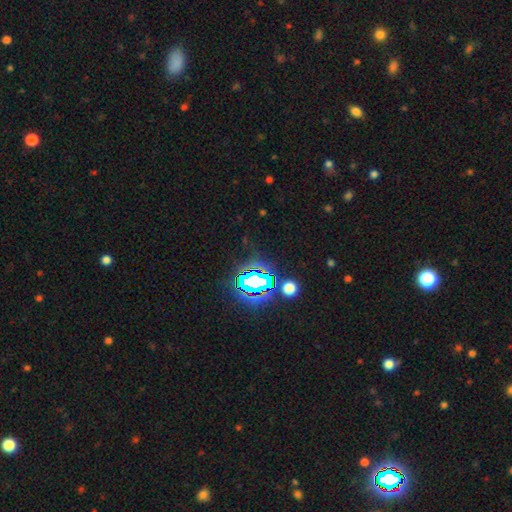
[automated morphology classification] star or artifact 79%, smooth 13%, featured or disk 8%.